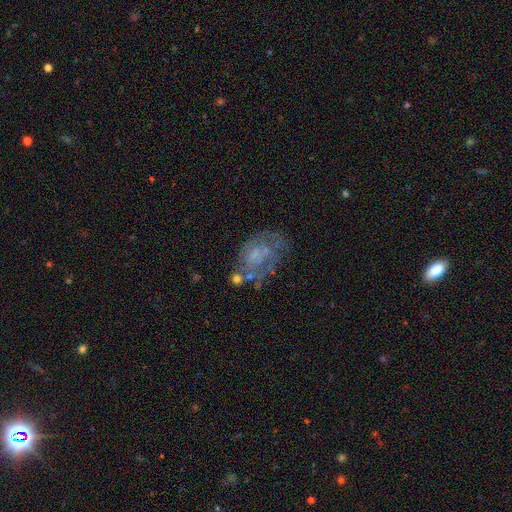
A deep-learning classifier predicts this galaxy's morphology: This is likely a featured or disk galaxy (61%). It is clearly not viewed edge-on (97%). Bar: likely no (77%). Spiral arm pattern: likely no (65%). Central bulge: possibly none (55%). Merging: marginally none (42%).